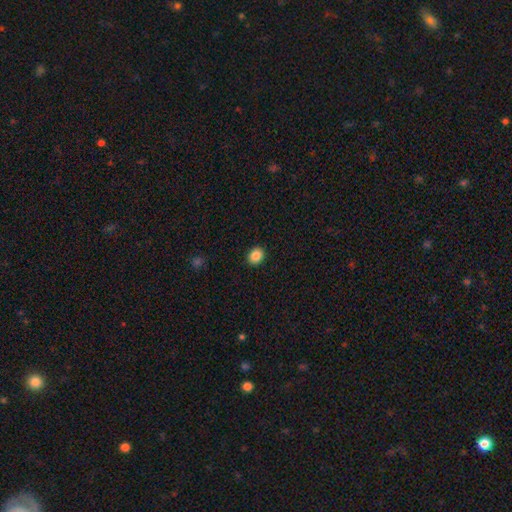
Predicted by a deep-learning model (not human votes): A smooth galaxy with no disk features (86%) that is round (55%). Merging: none (91%).